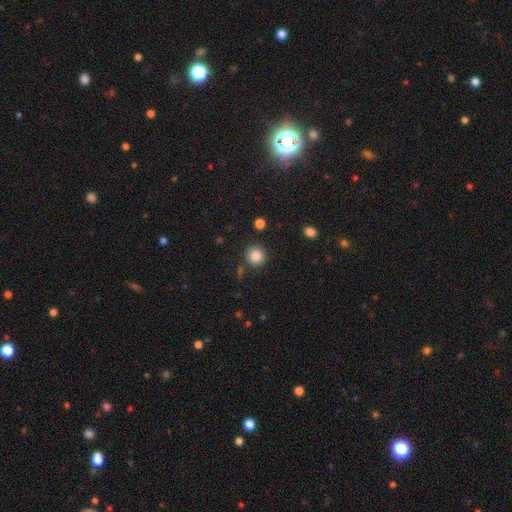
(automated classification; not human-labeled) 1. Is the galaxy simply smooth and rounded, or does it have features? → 85% smooth, 10% star or artifact, 5% featured or disk.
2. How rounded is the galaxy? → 92% round, 7% in between, 1% cigar-shaped.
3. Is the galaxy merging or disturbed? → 86% none, 8% minor disturbance, 4% merger, 3% major disturbance.